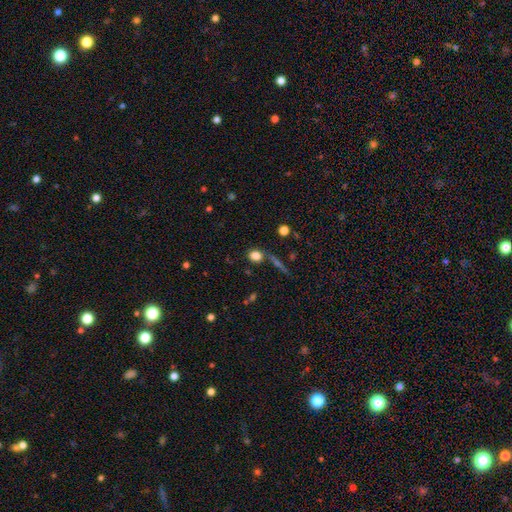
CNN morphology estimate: Smooth or featured? smooth (80%)
How rounded? round (65%)
Merging? none (68%)